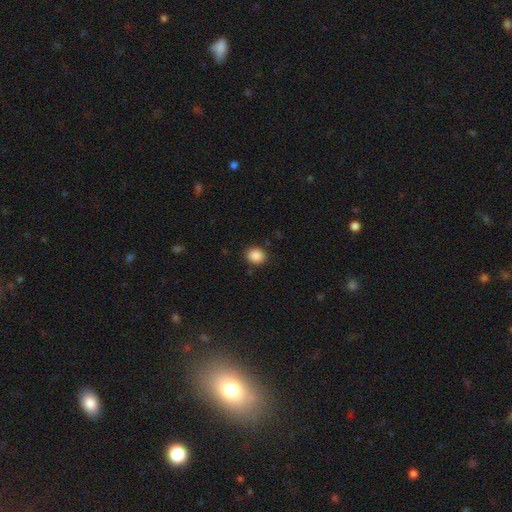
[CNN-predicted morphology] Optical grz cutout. It shows a smooth galaxy with no disk features (88%) that is round (62%). Merging: none (88%).